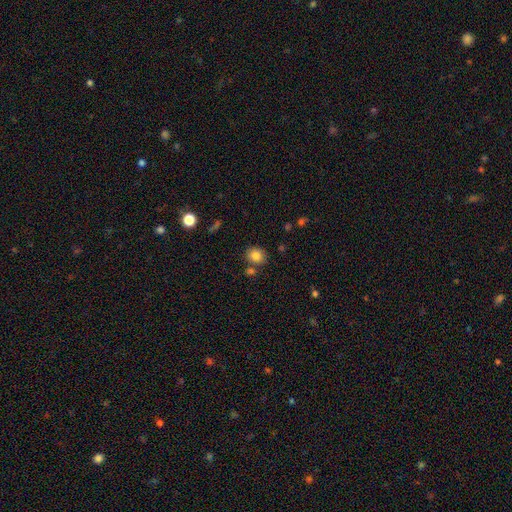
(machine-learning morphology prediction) Smooth or featured? Predicted: smooth (p=0.83). How rounded? Predicted: round (p=0.68). Merging? Predicted: none (p=0.76).